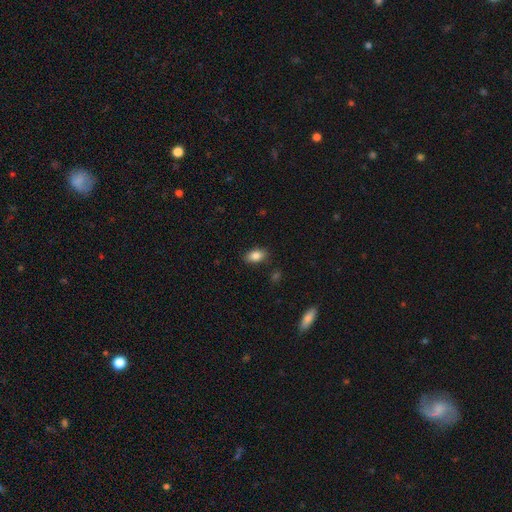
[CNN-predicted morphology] The model was most divided on "merging": none: 85%, minor disturbance: 11%, major disturbance: 3%, merger: 2%. More confident: how rounded — in between (89%); smooth or featured — smooth (86%).